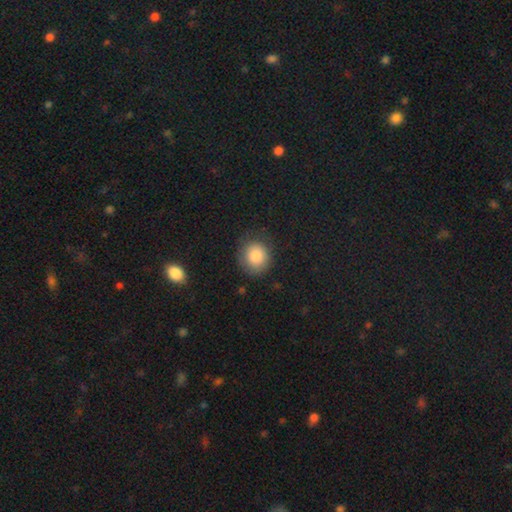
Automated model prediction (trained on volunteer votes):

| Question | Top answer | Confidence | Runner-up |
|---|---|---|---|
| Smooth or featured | smooth | 85% | star or artifact (8%) |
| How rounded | round | 81% | in between (18%) |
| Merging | none | 78% | minor disturbance (16%) |